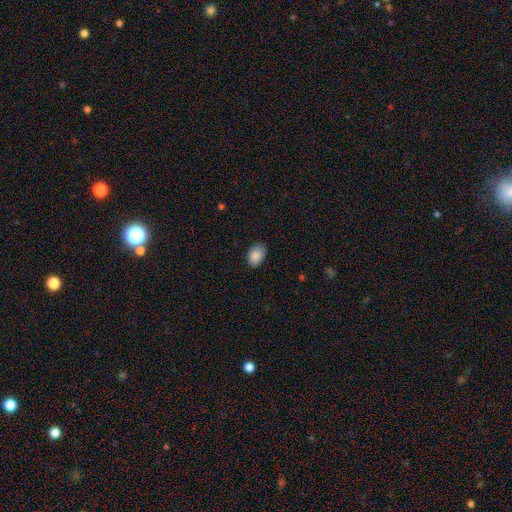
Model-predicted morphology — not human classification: Smooth or featured?
  - smooth: 88% *
  - star or artifact: 7%
  - featured or disk: 5%
How rounded?
  - in between: 89% *
  - round: 10%
  - cigar-shaped: 1%
Merging?
  - none: 83% *
  - minor disturbance: 13%
  - major disturbance: 3%
  - merger: 1%